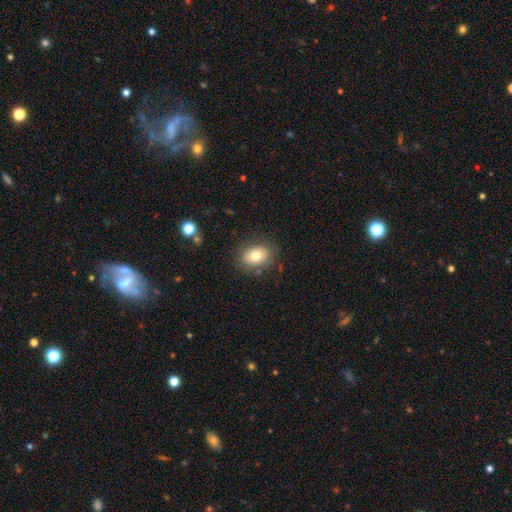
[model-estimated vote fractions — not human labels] Smooth or featured: smooth — 77% (featured or disk — 14%)
How rounded: in between — 73% (round — 26%)
Merging: none — 82% (minor disturbance — 12%)